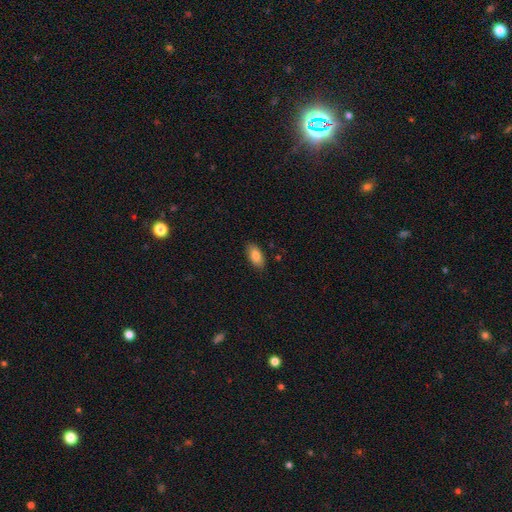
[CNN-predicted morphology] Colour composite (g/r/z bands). It shows a smooth galaxy with no disk features (84%) that is in between round and cigar-shaped (92%). Merging: none (87%).